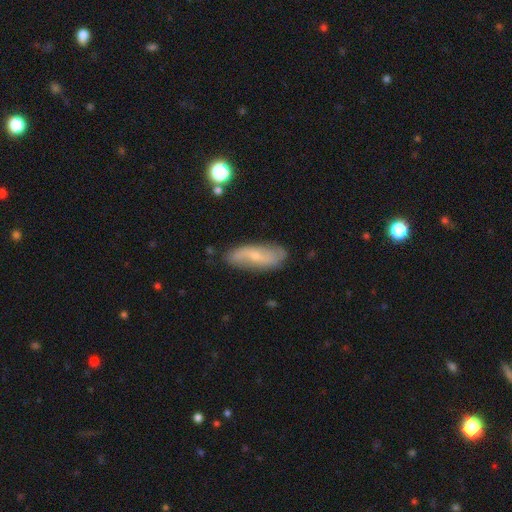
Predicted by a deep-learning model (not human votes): smooth-or-featured: featured or disk: 63% | smooth: 30% | star or artifact: 7%
  disk-edge-on: no: 87% | yes: 13%
    bar: weak: 42% | no: 41% | strong: 17%
    has-spiral-arms: yes: 87% | no: 13%
    bulge-size: small: 69% | moderate: 23% | none: 5% | large: 1% | dominant: 1%
  merging: none: 77% | minor disturbance: 17% | major disturbance: 4% | merger: 2%